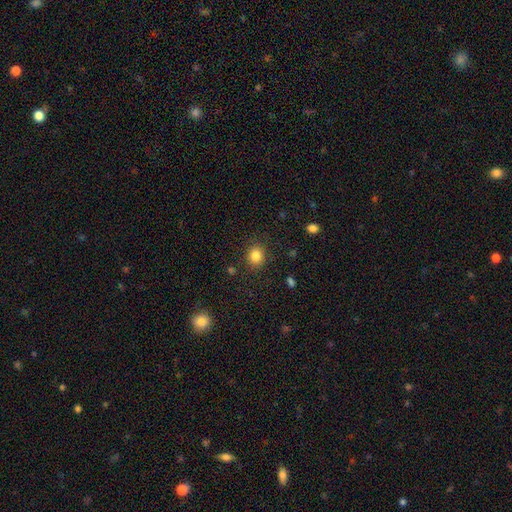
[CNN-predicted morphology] type=smooth (84%); roundness=round (74%); merging=none (86%).